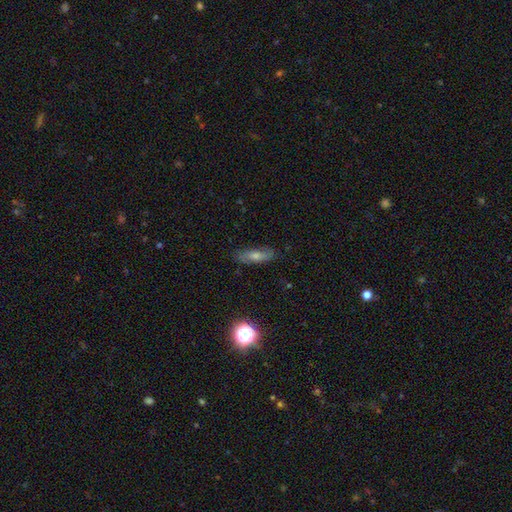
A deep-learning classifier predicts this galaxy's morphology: This is possibly a smooth galaxy (50%). Merging: clearly none (84%).